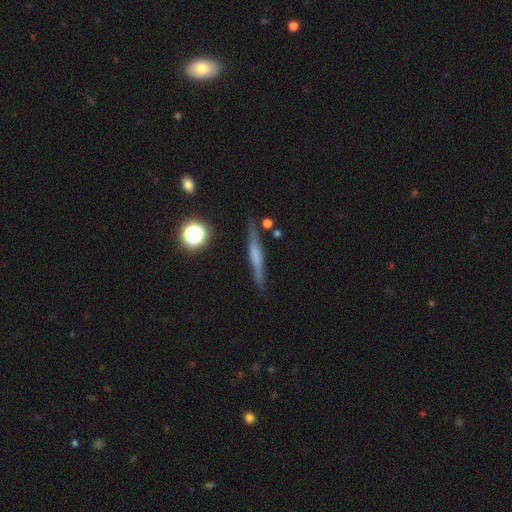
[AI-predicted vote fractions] Overall: featured or disk (51%; smooth 39%). Edge-on disk: yes (96%). Merging: none (87%).